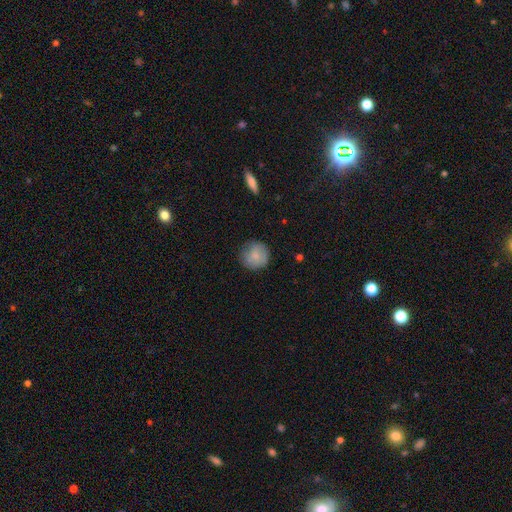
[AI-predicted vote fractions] Q: Smooth or featured?
A: smooth (81%); runner-up: featured or disk (12%)
Q: How rounded?
A: round (93%); runner-up: in between (6%)
Q: Merging?
A: none (79%); runner-up: minor disturbance (16%)